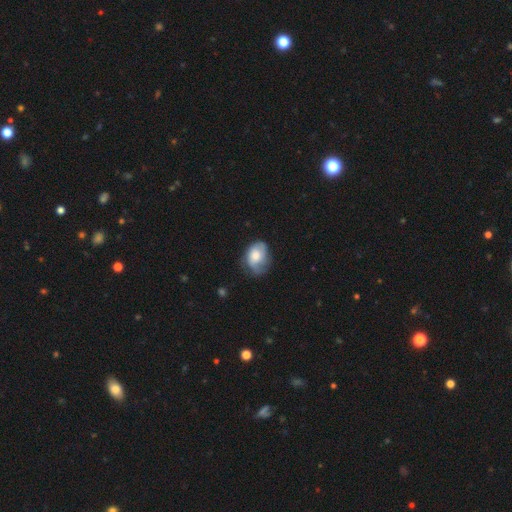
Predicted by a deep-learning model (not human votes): Smooth or featured: smooth — 62% (featured or disk — 31%)
How rounded: in between — 70% (round — 28%)
Merging: none — 48% (minor disturbance — 35%)